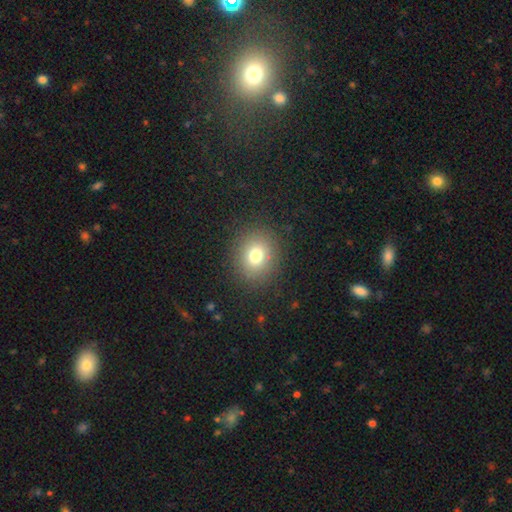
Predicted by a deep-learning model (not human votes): Smooth or featured? Predicted: smooth (p=0.75). How rounded? Predicted: round (p=0.71). Merging? Predicted: none (p=0.87).